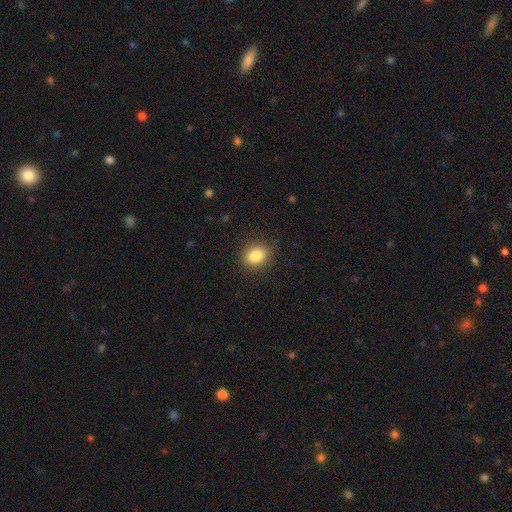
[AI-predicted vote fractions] This appears to be a smooth galaxy with no disk features (84%) that is in between round and cigar-shaped (53%). Merging: none (86%).